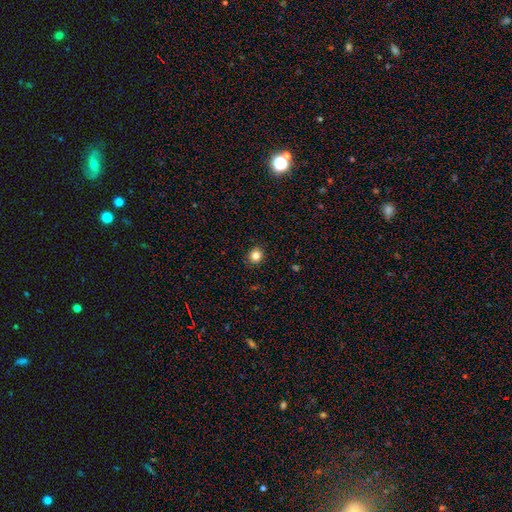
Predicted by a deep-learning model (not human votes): Smooth or featured: smooth — 83% (star or artifact — 12%)
How rounded: round — 86% (in between — 13%)
Merging: none — 91% (minor disturbance — 6%)